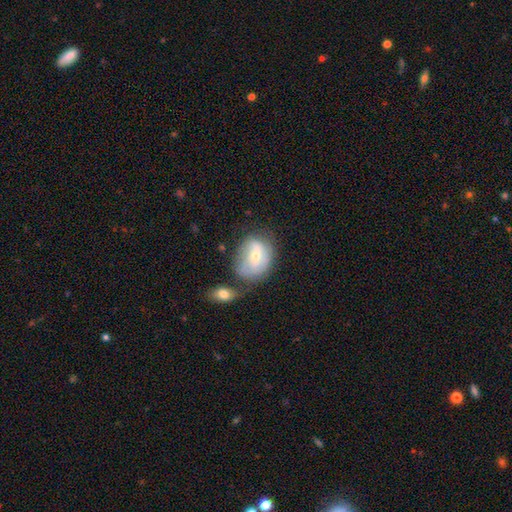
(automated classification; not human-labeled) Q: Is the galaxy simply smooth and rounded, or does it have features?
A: featured or disk — 47%.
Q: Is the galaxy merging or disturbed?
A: none — 41%.